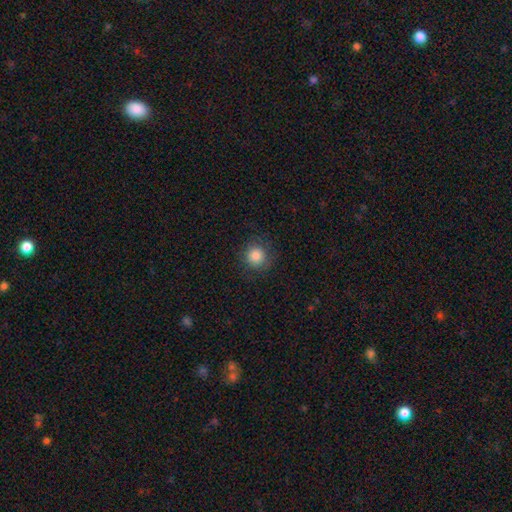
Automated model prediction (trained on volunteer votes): Morphology: type=smooth (85%); roundness=round (94%); merging=none (86%).